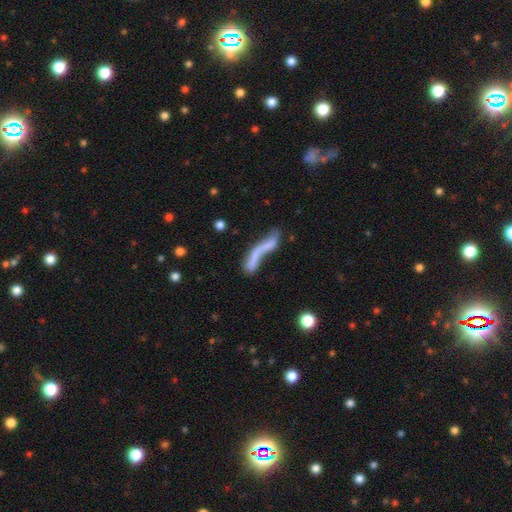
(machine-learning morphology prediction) Smooth or featured?
  - smooth: 48% *
  - featured or disk: 42%
  - star or artifact: 10%
Merging?
  - merger: 34% *
  - major disturbance: 26%
  - none: 25%
  - minor disturbance: 15%